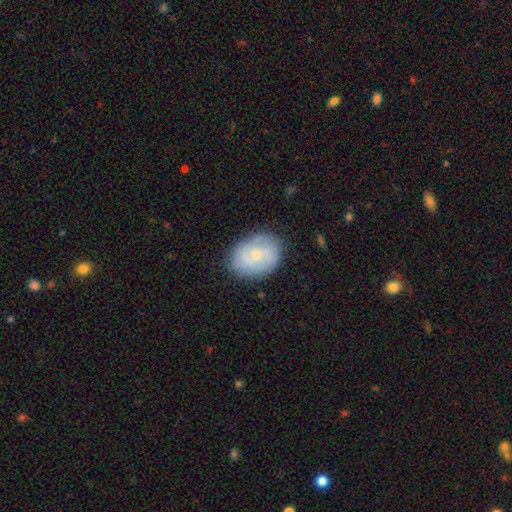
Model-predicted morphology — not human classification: smooth-or-featured: featured or disk: 58% | smooth: 35% | star or artifact: 7%
  disk-edge-on: no: 97% | yes: 3%
    bar: no: 65% | weak: 31% | strong: 4%
    has-spiral-arms: yes: 83% | no: 17%
    bulge-size: small: 59% | moderate: 35% | none: 4% | large: 2% | dominant: 1%
  merging: none: 78% | minor disturbance: 16% | major disturbance: 4% | merger: 1%